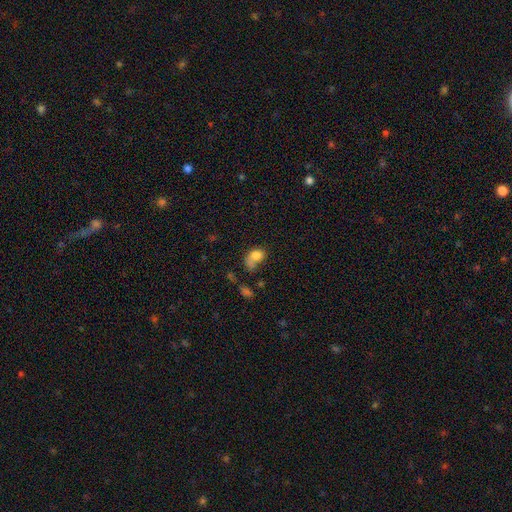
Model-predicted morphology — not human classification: Overall: smooth (75%). How rounded: in between (66%; round 32%). Merging: major disturbance (31%; none 29%).